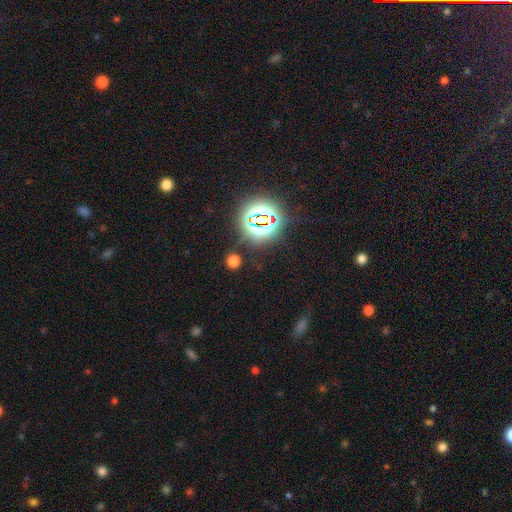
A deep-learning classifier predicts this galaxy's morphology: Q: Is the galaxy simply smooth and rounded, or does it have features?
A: star or artifact — 75%.